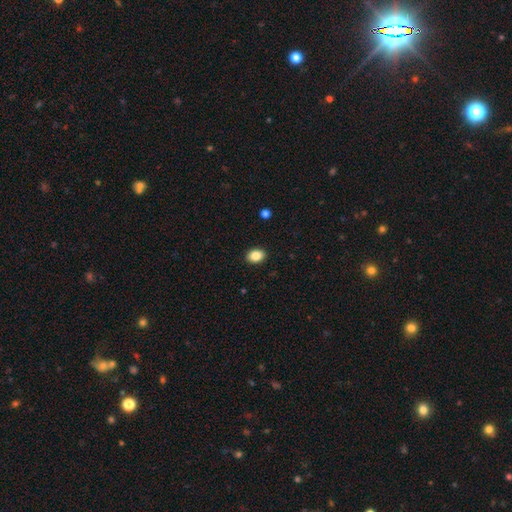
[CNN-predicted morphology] smooth 87%, star or artifact 9%, featured or disk 5%. Down the decision tree: how rounded — in between (71%); merging — none (91%).